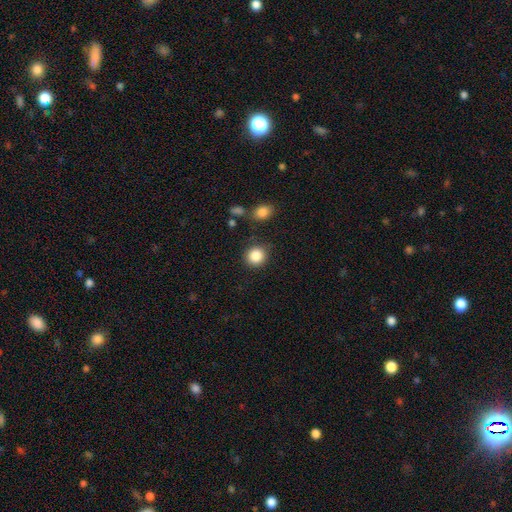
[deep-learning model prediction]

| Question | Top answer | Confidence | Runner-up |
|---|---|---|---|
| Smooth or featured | smooth | 86% | star or artifact (10%) |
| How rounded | round | 88% | in between (11%) |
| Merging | none | 85% | minor disturbance (9%) |